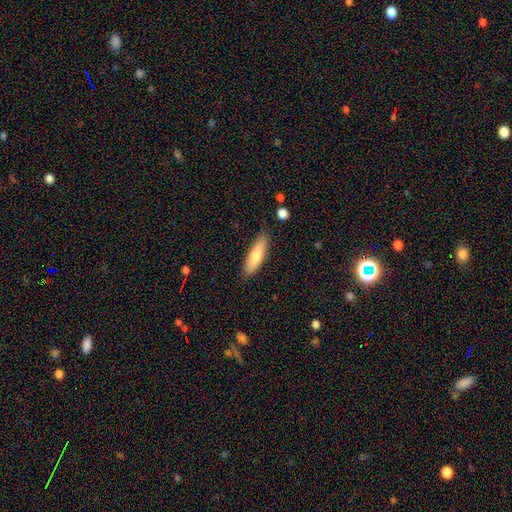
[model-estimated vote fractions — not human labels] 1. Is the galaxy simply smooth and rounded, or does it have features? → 74% smooth, 20% featured or disk, 6% star or artifact.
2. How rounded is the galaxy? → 60% cigar-shaped, 38% in between, 2% round.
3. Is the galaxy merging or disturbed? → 87% none, 10% minor disturbance, 2% major disturbance, 1% merger.